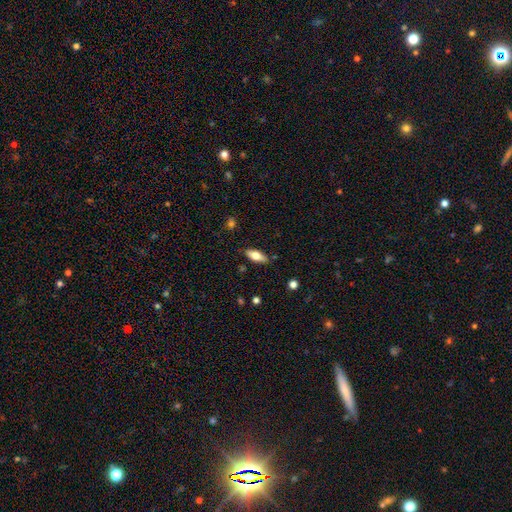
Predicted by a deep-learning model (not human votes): A smooth galaxy with no disk features (66%) that is in between round and cigar-shaped (74%).

Vote fractions:
- Smooth or featured? smooth: 66% / featured or disk: 27% / star or artifact: 6%
- How rounded? in between: 74% / cigar-shaped: 23% / round: 2%
- Merging? none: 83% / minor disturbance: 13% / major disturbance: 2% / merger: 2%